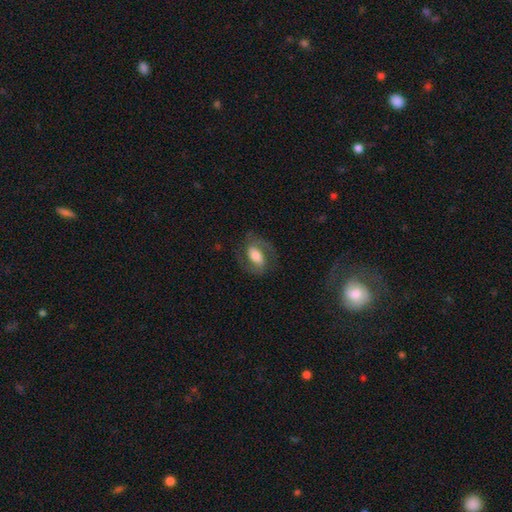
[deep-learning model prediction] Smooth or featured? featured or disk (67%)
Edge-on disk? no (95%)
Bar? weak (37%)
Spiral arms? yes (88%)
Spiral winding? medium (53%)
Spiral arm count? 2 (89%)
Bulge size? moderate (51%)
Merging? none (73%)